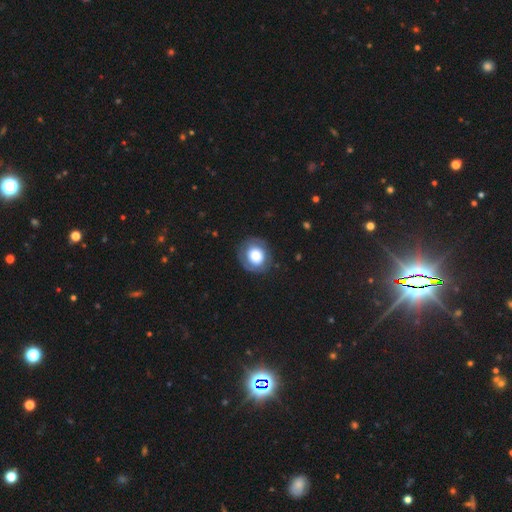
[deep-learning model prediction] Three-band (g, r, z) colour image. It shows a smooth galaxy with no disk features (65%) that is round (81%). Merging: none (77%).